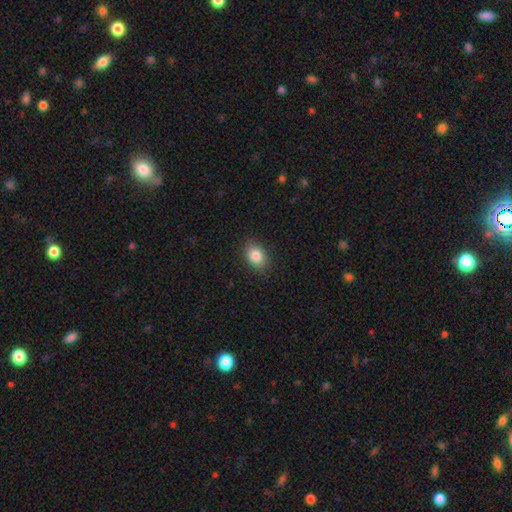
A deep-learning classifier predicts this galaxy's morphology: type=smooth (85%); roundness=in between (76%); merging=none (88%).